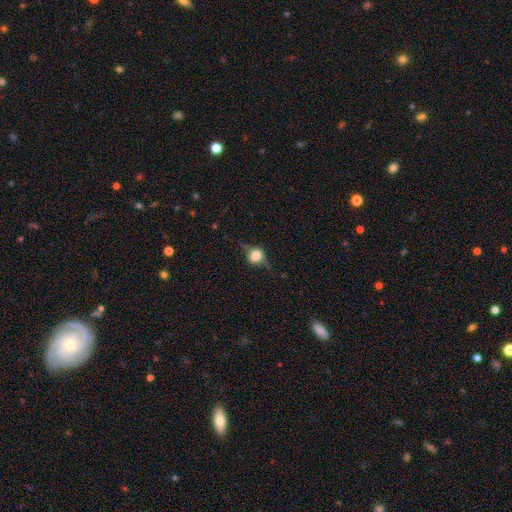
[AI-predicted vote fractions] Smooth or featured? Predicted: featured or disk (p=0.50). Merging? Predicted: none (p=0.73).